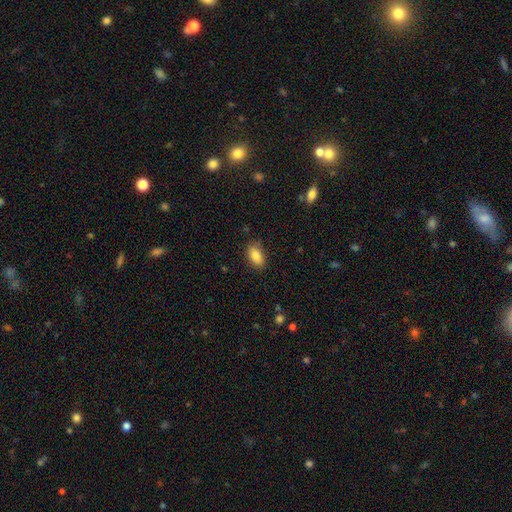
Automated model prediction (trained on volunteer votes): The model was most divided on "merging": none: 84%, minor disturbance: 12%, major disturbance: 3%, merger: 1%. More confident: how rounded — in between (91%); smooth or featured — smooth (87%).